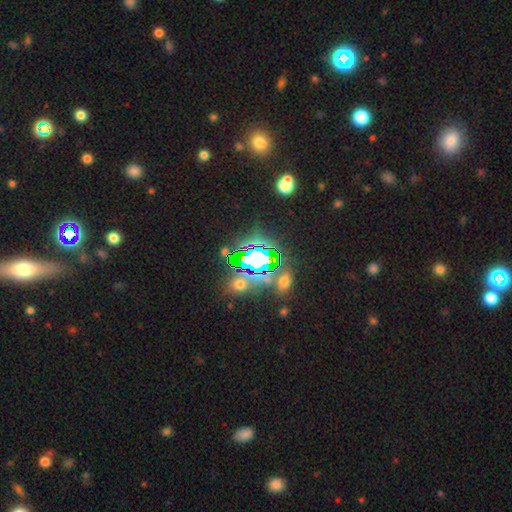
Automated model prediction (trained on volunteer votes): Overall: star or artifact (72%).